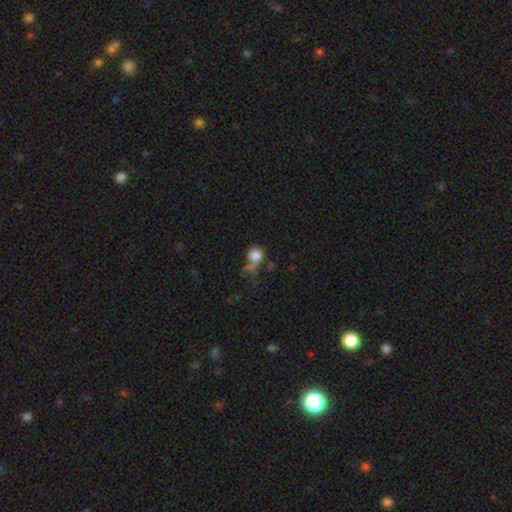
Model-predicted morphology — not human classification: Smooth or featured? smooth (78%)
How rounded? round (81%)
Merging? none (38%)